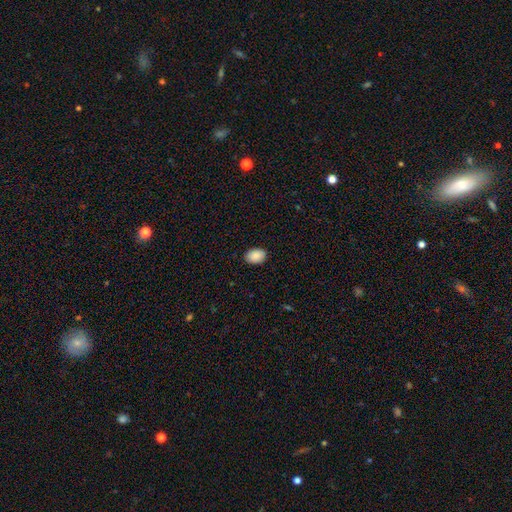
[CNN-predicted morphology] The model was most divided on "how rounded": in between: 81%, round: 18%, cigar-shaped: 1%. More confident: smooth or featured — smooth (89%); merging — none (89%).